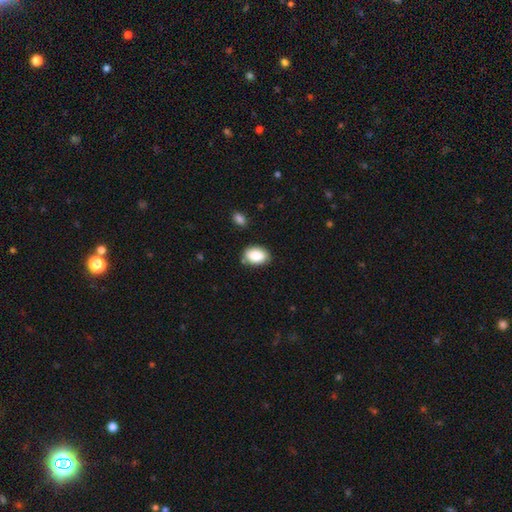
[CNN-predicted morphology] The model was most divided on "merging": none: 77%, minor disturbance: 16%, merger: 4%, major disturbance: 3%. More confident: smooth or featured — smooth (88%); how rounded — in between (85%).